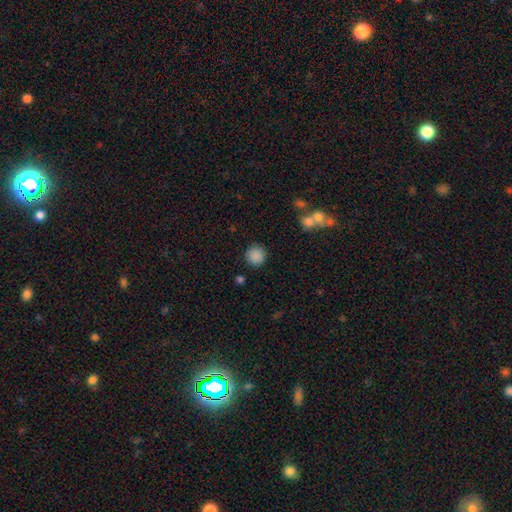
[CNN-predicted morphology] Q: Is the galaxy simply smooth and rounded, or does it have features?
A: smooth — 87%.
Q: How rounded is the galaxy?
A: round — 93%.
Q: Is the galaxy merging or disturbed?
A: none — 88%.